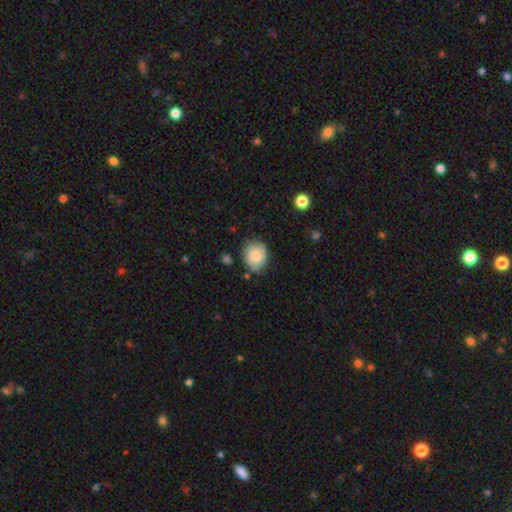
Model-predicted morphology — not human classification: This is likely a smooth galaxy (66%). How rounded: likely round (60%). Merging: likely none (66%).